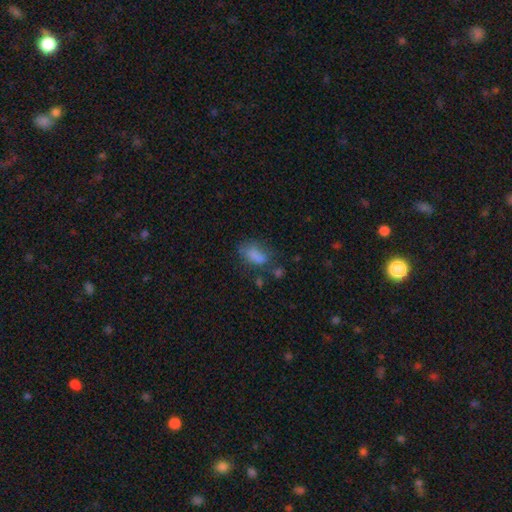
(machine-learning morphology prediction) The model was most divided on "merging": none: 46%, minor disturbance: 27%, major disturbance: 19%, merger: 8%. More confident: how rounded — in between (86%); smooth or featured — smooth (76%).